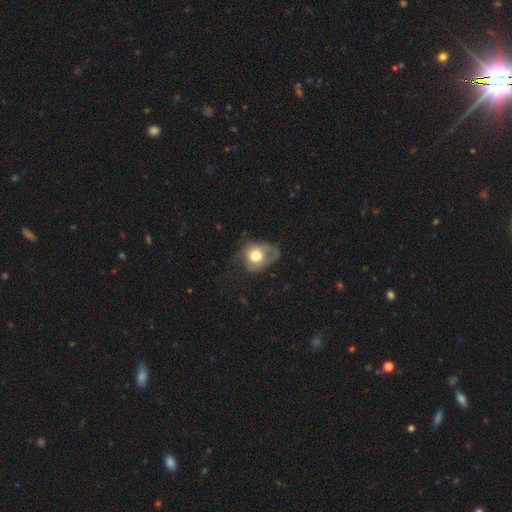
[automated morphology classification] smooth-or-featured: smooth: 66% | featured or disk: 25% | star or artifact: 9%
  how-rounded: round: 53% | in between: 46% | cigar-shaped: 1%
  merging: major disturbance: 34% | minor disturbance: 33% | none: 31% | merger: 2%